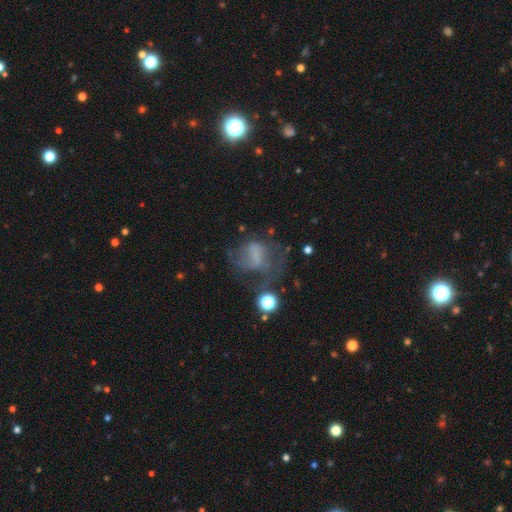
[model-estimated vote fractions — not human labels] A featured or disk galaxy (48%).

Vote fractions:
- Smooth or featured? featured or disk: 48% / smooth: 34% / star or artifact: 18%
- Merging? major disturbance: 40% / none: 33% / minor disturbance: 19% / merger: 7%